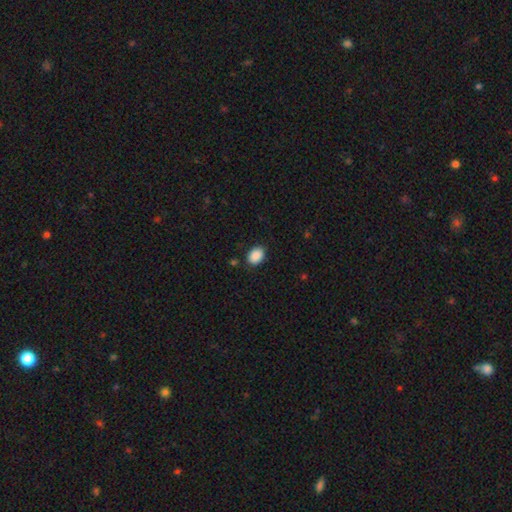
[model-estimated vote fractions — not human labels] A smooth galaxy with no disk features (89%) that is in between round and cigar-shaped (73%).

Vote fractions:
- Smooth or featured? smooth: 89% / star or artifact: 8% / featured or disk: 3%
- How rounded? in between: 73% / round: 26% / cigar-shaped: 1%
- Merging? none: 85% / minor disturbance: 11% / major disturbance: 3% / merger: 1%